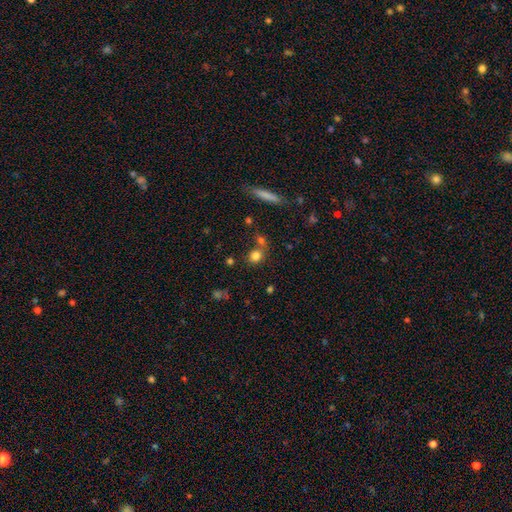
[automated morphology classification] smooth 79%, star or artifact 13%, featured or disk 8%. Down the decision tree: how rounded — round (77%); merging — none (63%).